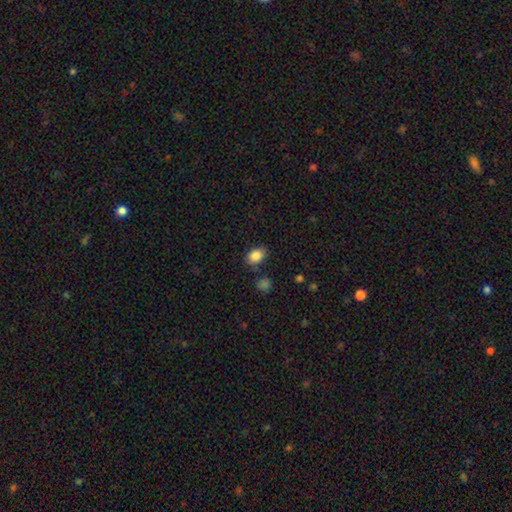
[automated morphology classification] smooth_or_featured: smooth (p=0.86) [alt: star or artifact p=0.09]
how_rounded: in between (p=0.74) [alt: round p=0.25]
merging: none (p=0.78) [alt: minor disturbance p=0.14]